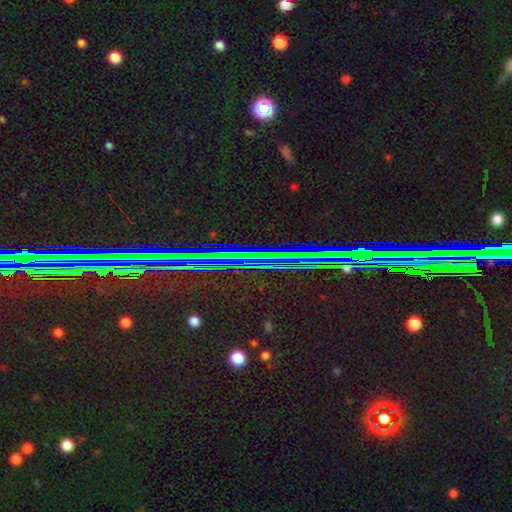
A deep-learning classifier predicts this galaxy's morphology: This appears to be a star or artifact, not a galaxy (84%).